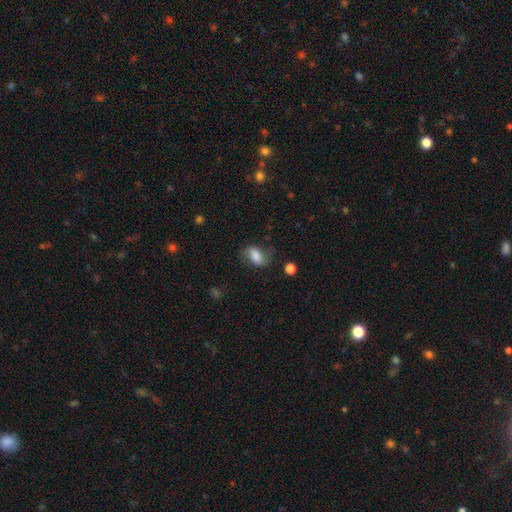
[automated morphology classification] Overall: smooth (64%; featured or disk 27%). How rounded: in between (84%). Merging: none (63%).